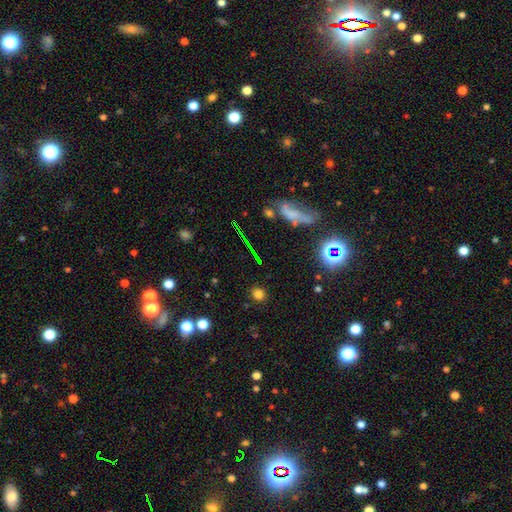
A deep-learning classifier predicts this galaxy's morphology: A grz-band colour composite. It shows a star or artifact, not a galaxy (45%).